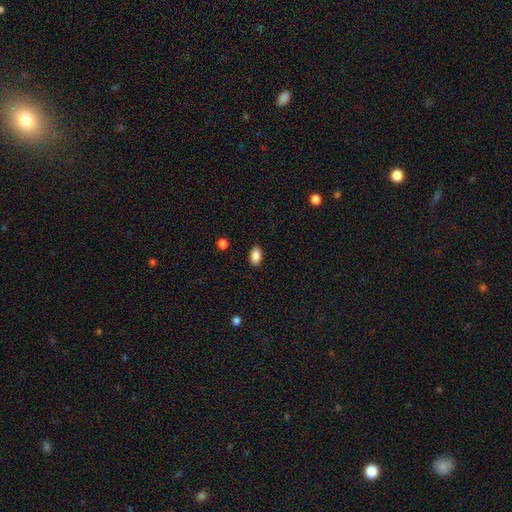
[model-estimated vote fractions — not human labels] A smooth galaxy with no disk features (87%) that is in between round and cigar-shaped (91%). Merging: none (89%).